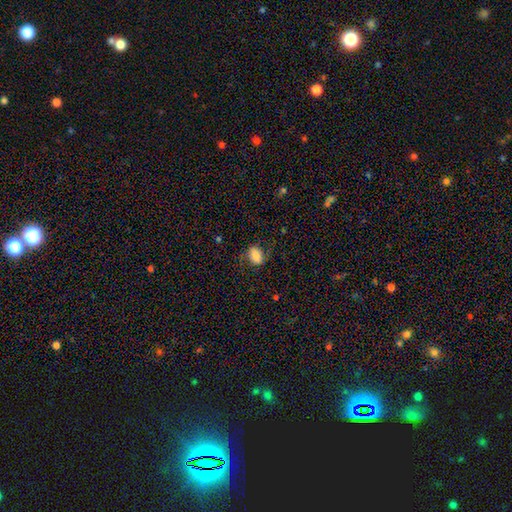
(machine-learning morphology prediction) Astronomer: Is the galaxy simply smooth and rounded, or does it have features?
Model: smooth — 70%.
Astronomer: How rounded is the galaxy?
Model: in between — 80%.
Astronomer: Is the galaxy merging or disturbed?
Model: none — 66%.